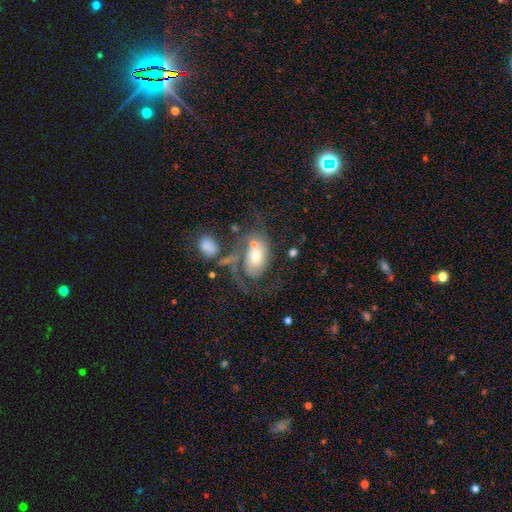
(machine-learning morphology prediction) This is possibly a featured or disk galaxy (56%). It is clearly not viewed edge-on (96%). Bar: likely no (77%). Spiral arm pattern: likely yes (68%). Central bulge: likely moderate (61%). Merging: marginally major disturbance (31%).